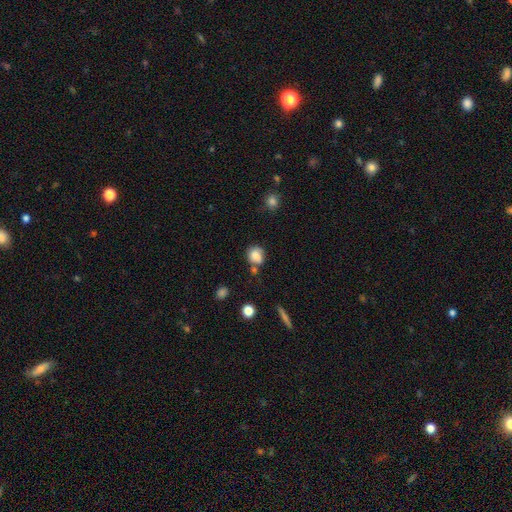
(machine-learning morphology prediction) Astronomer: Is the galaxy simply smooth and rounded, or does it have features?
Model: smooth — 79%.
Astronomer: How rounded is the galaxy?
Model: round — 71%.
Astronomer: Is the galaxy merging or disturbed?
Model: none — 56%.